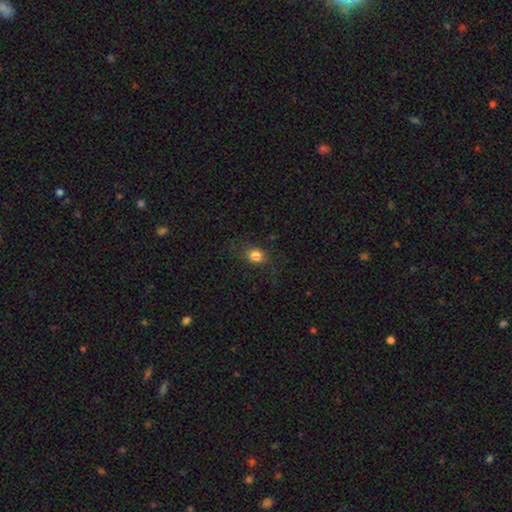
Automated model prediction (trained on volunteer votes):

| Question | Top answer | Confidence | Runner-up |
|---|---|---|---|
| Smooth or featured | smooth | 81% | star or artifact (12%) |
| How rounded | round | 59% | in between (40%) |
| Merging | none | 77% | minor disturbance (16%) |